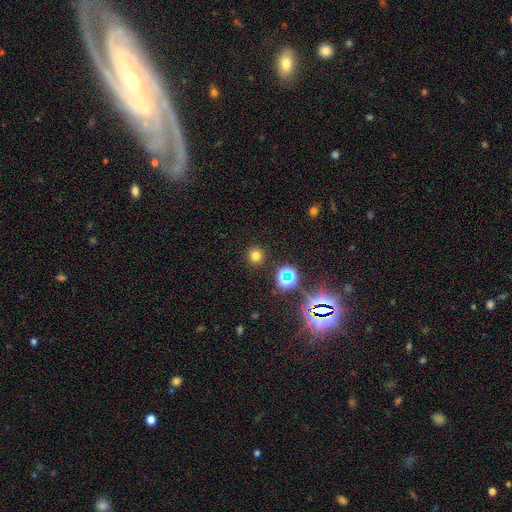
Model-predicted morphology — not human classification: Overall: smooth (71%). How rounded: round (95%). Merging: none (91%).